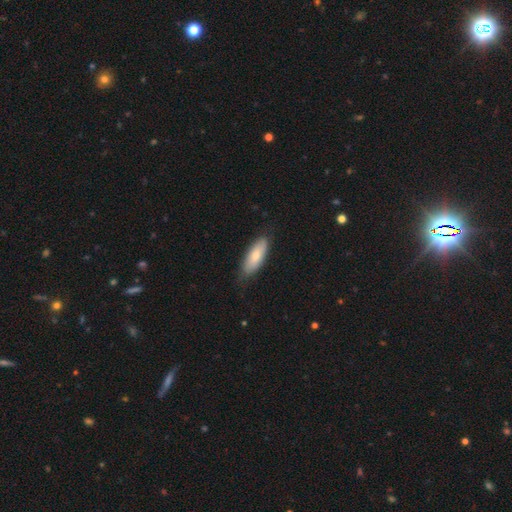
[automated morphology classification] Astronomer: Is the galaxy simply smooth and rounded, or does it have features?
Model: smooth — 73%.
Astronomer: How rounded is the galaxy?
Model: in between — 70%.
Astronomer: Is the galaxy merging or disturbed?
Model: none — 78%.